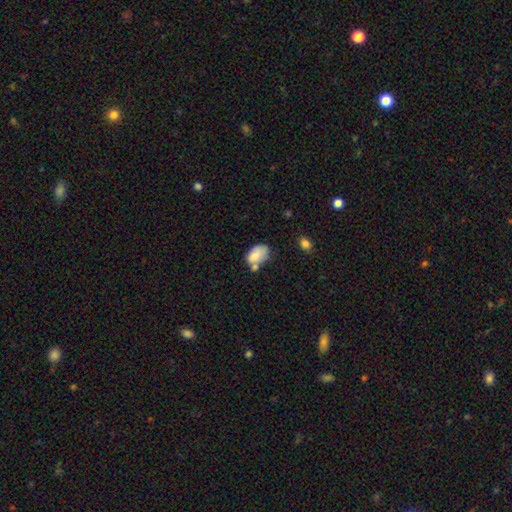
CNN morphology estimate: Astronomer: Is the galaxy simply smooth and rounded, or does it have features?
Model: smooth — 76%.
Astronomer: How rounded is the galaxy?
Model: in between — 86%.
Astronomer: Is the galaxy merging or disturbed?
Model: none — 35% (runner-up: merger, 28%).